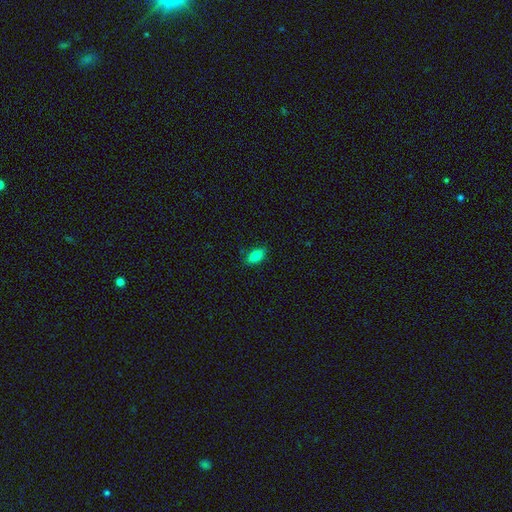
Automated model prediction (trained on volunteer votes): Smooth or featured? Predicted: smooth (p=0.84). How rounded? Predicted: in between (p=0.89). Merging? Predicted: none (p=0.85).